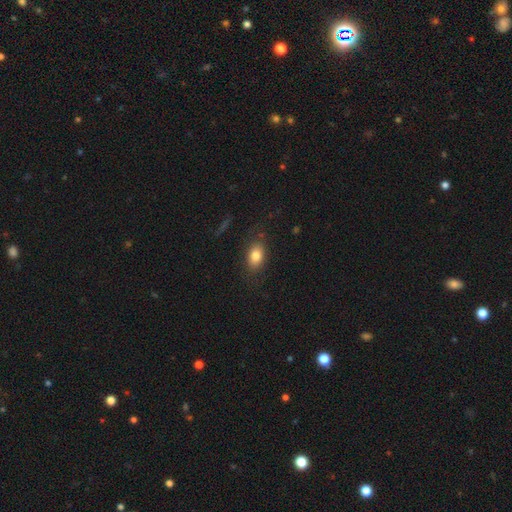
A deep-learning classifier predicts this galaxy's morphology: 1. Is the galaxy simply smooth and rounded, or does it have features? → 81% smooth, 11% featured or disk, 8% star or artifact.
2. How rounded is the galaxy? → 85% in between, 12% round, 3% cigar-shaped.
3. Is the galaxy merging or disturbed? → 79% none, 14% minor disturbance, 5% major disturbance, 2% merger.